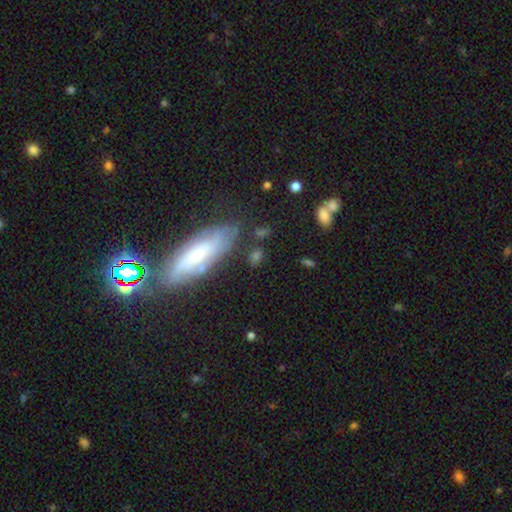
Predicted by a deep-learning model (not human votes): A smooth galaxy with no disk features (56%) that is in between round and cigar-shaped (57%). Merging: none (66%).